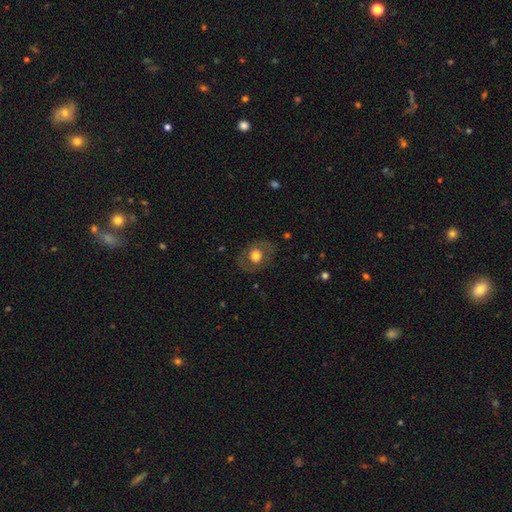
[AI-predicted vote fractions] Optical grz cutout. It shows a smooth galaxy with no disk features (58%) that is round (60%). Merging: none (79%).